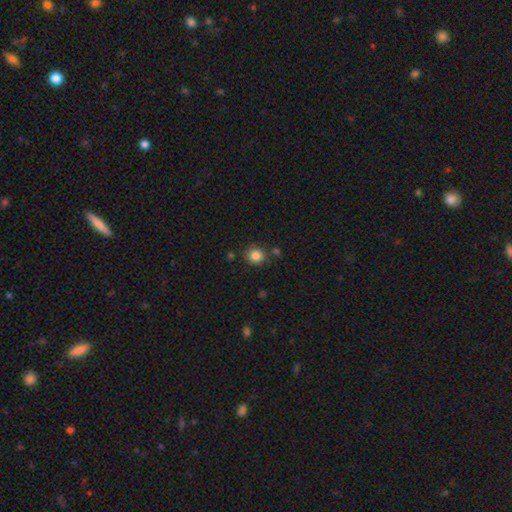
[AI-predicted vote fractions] smooth-or-featured: smooth: 84% | star or artifact: 11% | featured or disk: 5%
  how-rounded: round: 87% | in between: 12% | cigar-shaped: 1%
  merging: none: 82% | minor disturbance: 10% | merger: 6% | major disturbance: 3%